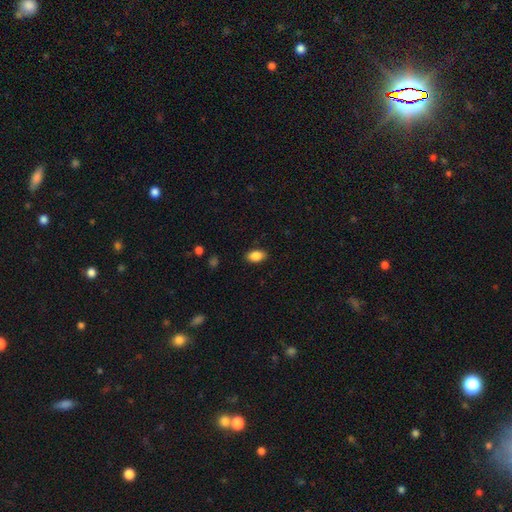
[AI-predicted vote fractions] This is clearly a smooth galaxy (88%). How rounded: clearly in between (91%). Merging: clearly none (87%).